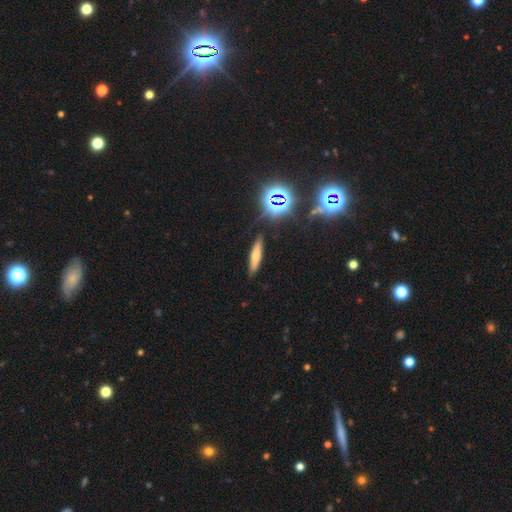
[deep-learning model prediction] This appears to be a smooth galaxy with no disk features (62%) that is cigar-shaped (82%). Merging: none (85%).